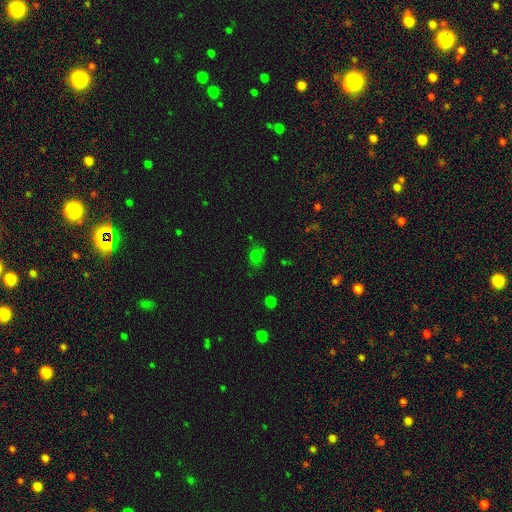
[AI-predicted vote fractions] A smooth galaxy with no disk features (67%) that is round (62%). Merging: none (72%).